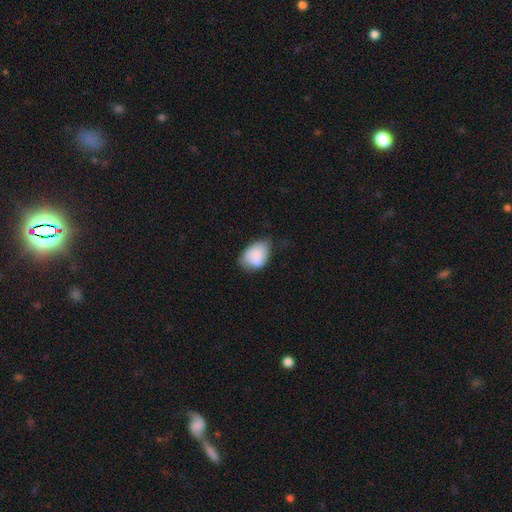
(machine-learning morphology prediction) Smooth or featured? smooth (80%)
How rounded? in between (80%)
Merging? none (44%)